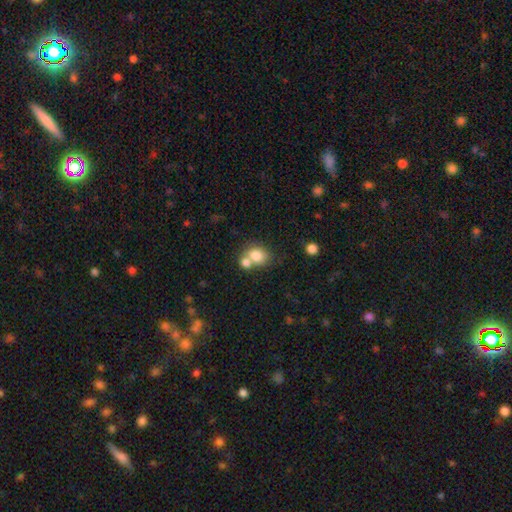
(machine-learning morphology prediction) Q: Smooth or featured?
A: smooth (79%); runner-up: featured or disk (11%)
Q: How rounded?
A: round (56%); runner-up: in between (43%)
Q: Merging?
A: merger (49%); runner-up: none (38%)